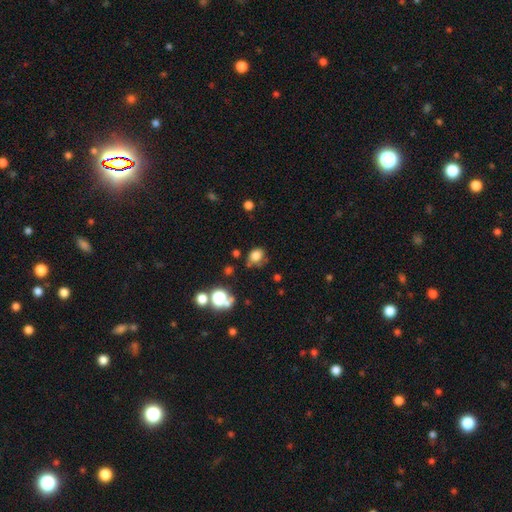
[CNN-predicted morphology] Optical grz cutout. It shows a smooth galaxy with no disk features (76%) that is round (54%). Merging: none (62%).